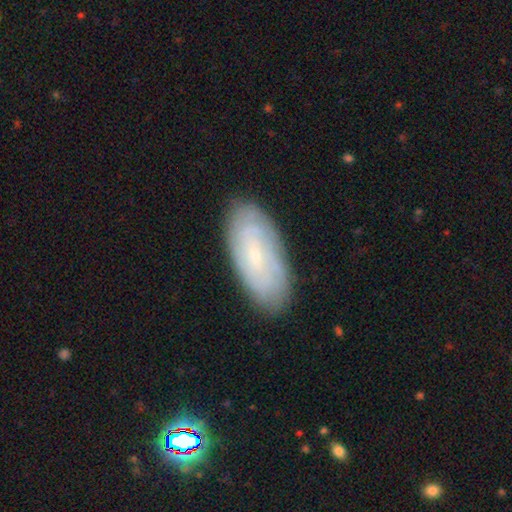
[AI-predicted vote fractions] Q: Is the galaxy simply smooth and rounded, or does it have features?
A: featured or disk — 58%.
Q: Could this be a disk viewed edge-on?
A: no — 89%.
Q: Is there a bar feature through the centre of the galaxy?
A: no — 65%.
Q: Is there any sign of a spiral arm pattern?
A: yes — 72%.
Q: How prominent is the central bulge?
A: small — 83%.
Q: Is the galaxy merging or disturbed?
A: none — 84%.